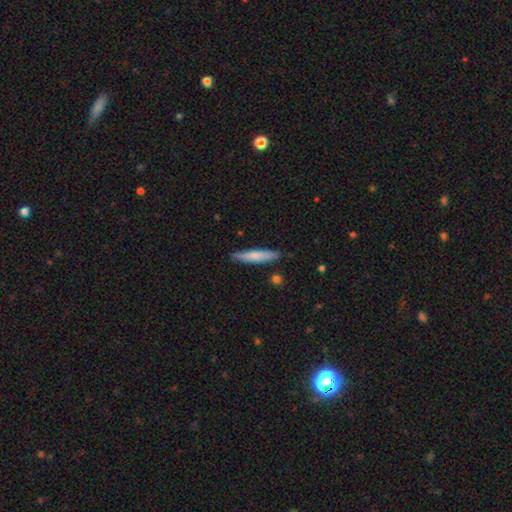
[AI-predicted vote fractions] A smooth galaxy with no disk features (73%) that is cigar-shaped (90%).

Vote fractions:
- Smooth or featured? smooth: 73% / featured or disk: 22% / star or artifact: 5%
- How rounded? cigar-shaped: 90% / in between: 9% / round: 1%
- Merging? none: 87% / minor disturbance: 9% / merger: 2% / major disturbance: 2%